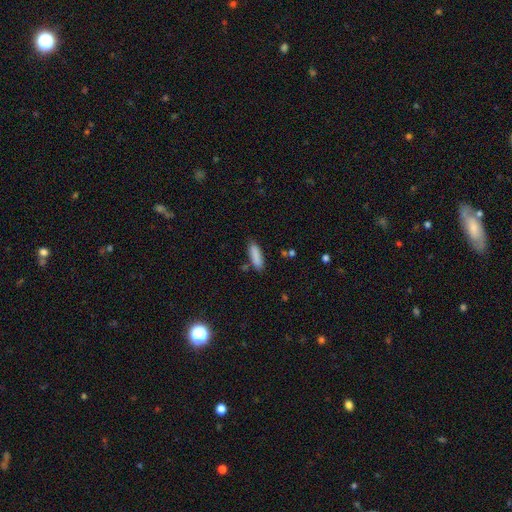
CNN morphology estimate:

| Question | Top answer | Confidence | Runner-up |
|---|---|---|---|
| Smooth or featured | smooth | 87% | star or artifact (7%) |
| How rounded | cigar-shaped | 53% | in between (45%) |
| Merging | none | 78% | minor disturbance (14%) |